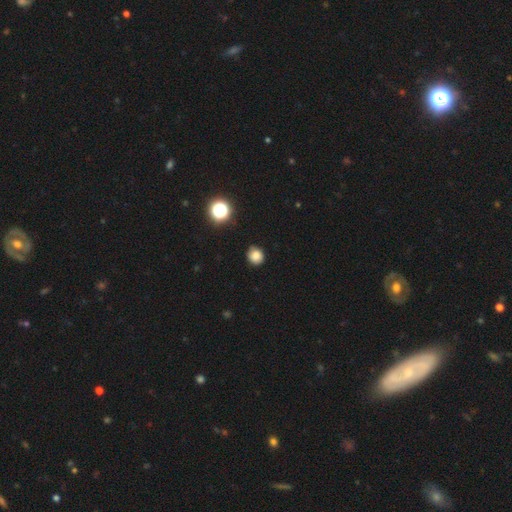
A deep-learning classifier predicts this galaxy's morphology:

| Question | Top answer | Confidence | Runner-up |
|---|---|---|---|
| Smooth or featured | smooth | 82% | star or artifact (13%) |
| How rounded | round | 82% | in between (17%) |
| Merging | none | 83% | minor disturbance (13%) |